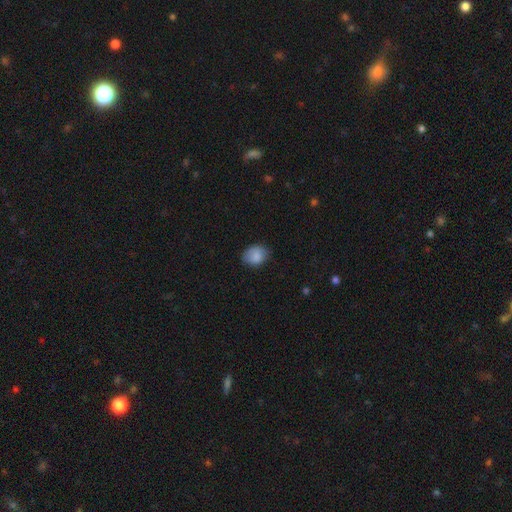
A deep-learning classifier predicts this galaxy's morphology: Smooth or featured: smooth — 85% (featured or disk — 8%)
How rounded: in between — 58% (round — 41%)
Merging: none — 72% (minor disturbance — 23%)